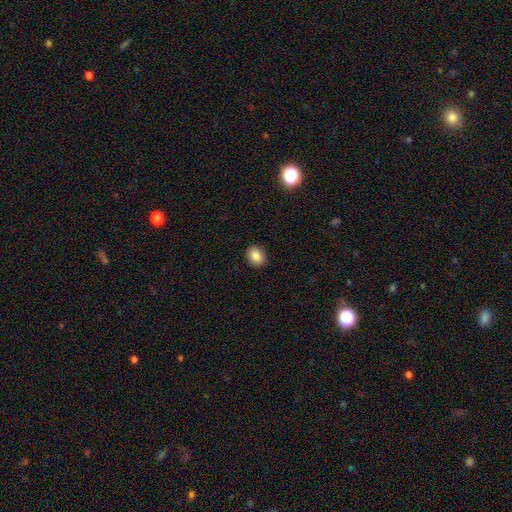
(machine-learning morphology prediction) A smooth galaxy with no disk features (87%) that is round (52%). Merging: none (90%).